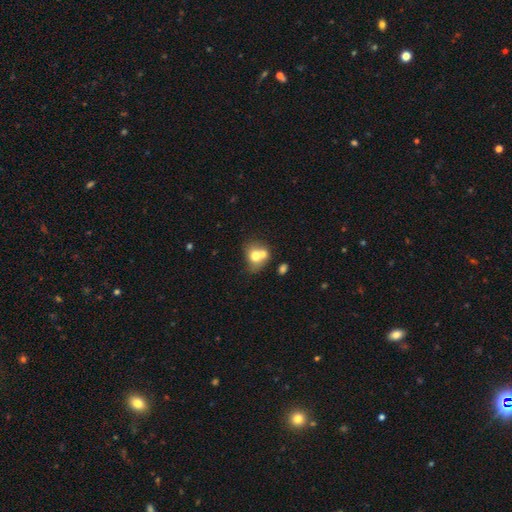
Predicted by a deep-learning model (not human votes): Overall: smooth (69%). How rounded: round (62%; in between 37%). Merging: merger (54%; none 31%).